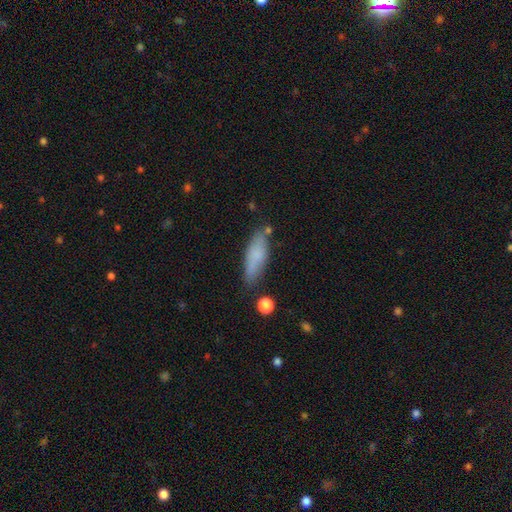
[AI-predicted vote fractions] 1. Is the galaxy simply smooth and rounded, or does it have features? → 76% smooth, 16% featured or disk, 8% star or artifact.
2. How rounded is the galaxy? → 52% in between, 46% cigar-shaped, 2% round.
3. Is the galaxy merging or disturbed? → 69% none, 21% minor disturbance, 5% major disturbance, 5% merger.